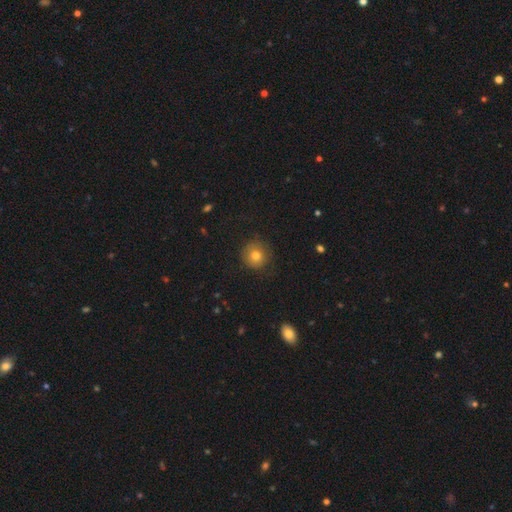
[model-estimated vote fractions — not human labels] Smooth or featured? Predicted: smooth (p=0.78). How rounded? Predicted: round (p=0.93). Merging? Predicted: none (p=0.84).